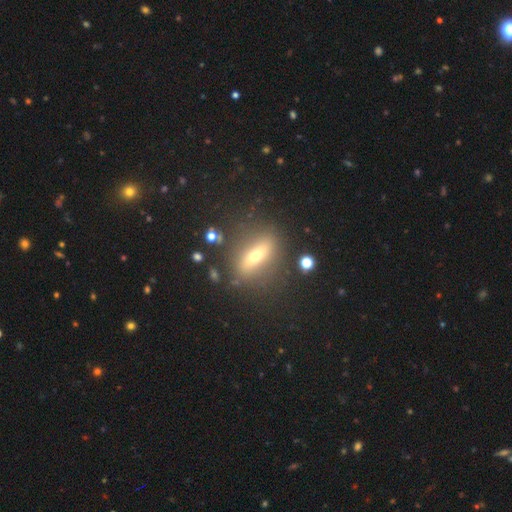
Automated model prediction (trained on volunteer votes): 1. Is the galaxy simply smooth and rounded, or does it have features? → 45% featured or disk, 43% smooth, 12% star or artifact.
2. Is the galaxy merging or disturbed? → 79% none, 11% minor disturbance, 6% major disturbance, 3% merger.